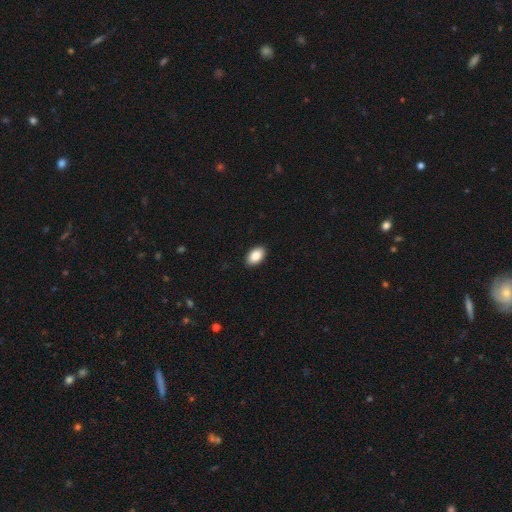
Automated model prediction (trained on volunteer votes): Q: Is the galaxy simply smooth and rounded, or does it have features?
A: smooth — 89%.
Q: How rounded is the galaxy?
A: in between — 92%.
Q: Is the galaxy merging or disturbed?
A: none — 91%.